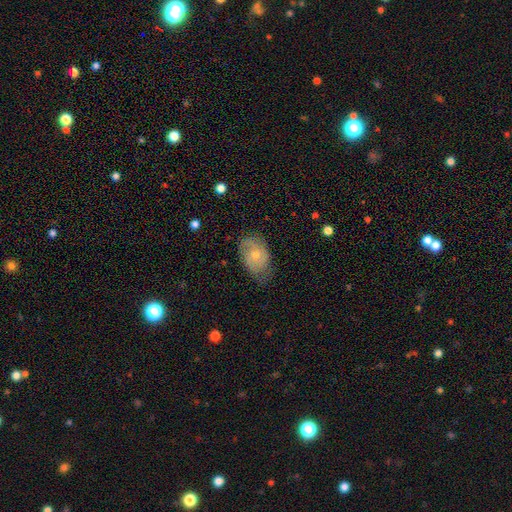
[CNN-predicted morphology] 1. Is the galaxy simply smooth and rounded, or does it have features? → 51% featured or disk, 42% smooth, 7% star or artifact.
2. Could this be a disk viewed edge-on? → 95% no, 5% yes.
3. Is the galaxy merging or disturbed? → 61% none, 29% minor disturbance, 9% major disturbance, 1% merger.